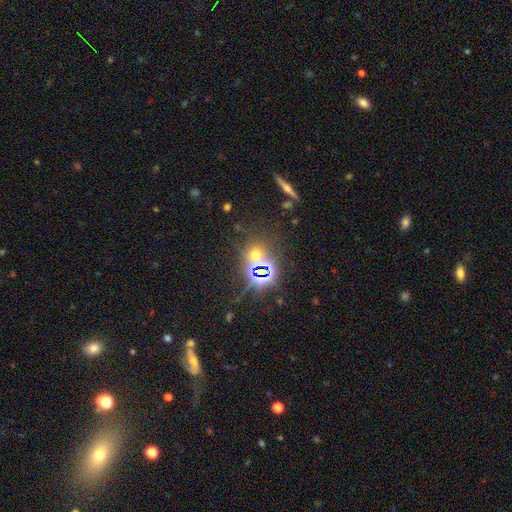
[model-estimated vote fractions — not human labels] Smooth or featured? Predicted: star or artifact (p=0.54).